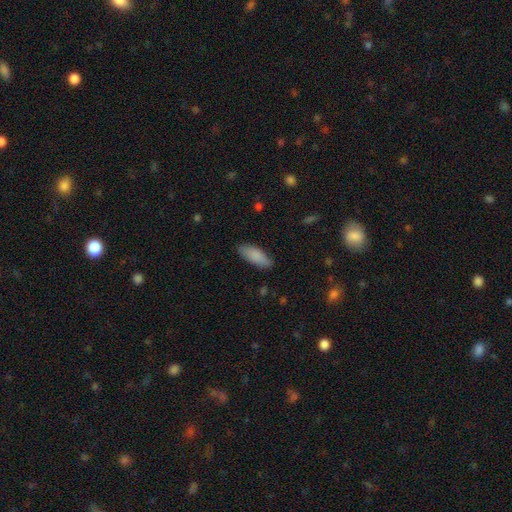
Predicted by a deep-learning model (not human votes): smooth-or-featured: smooth: 86% | featured or disk: 8% | star or artifact: 6%
  how-rounded: in between: 73% | cigar-shaped: 25% | round: 2%
  merging: none: 85% | minor disturbance: 11% | major disturbance: 2% | merger: 1%